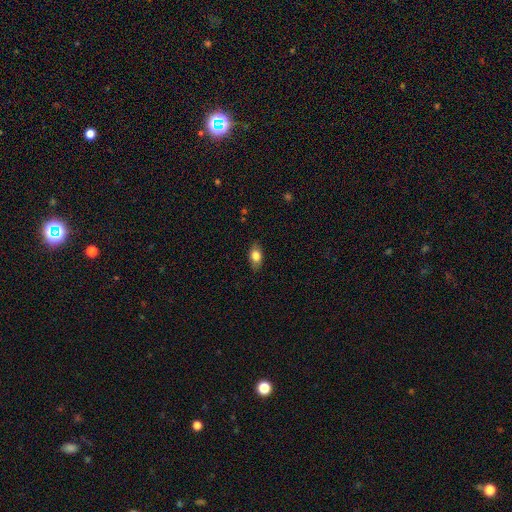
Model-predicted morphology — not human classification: Q: Smooth or featured?
A: smooth (81%); runner-up: featured or disk (12%)
Q: How rounded?
A: in between (85%); runner-up: round (11%)
Q: Merging?
A: none (83%); runner-up: minor disturbance (13%)